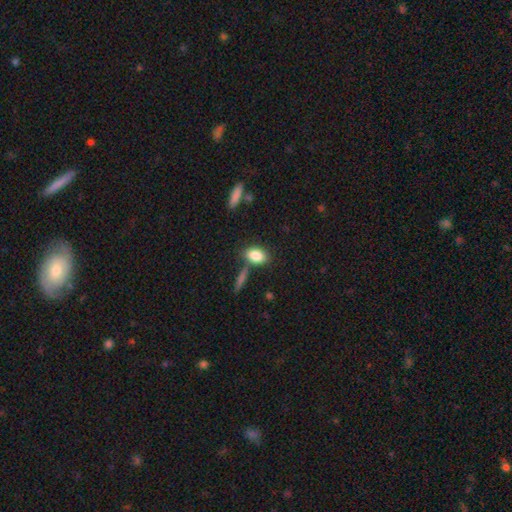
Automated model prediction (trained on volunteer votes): Smooth or featured?
  - smooth: 83% *
  - featured or disk: 9%
  - star or artifact: 8%
How rounded?
  - in between: 83% *
  - round: 12%
  - cigar-shaped: 4%
Merging?
  - none: 70% *
  - minor disturbance: 14%
  - merger: 12%
  - major disturbance: 4%